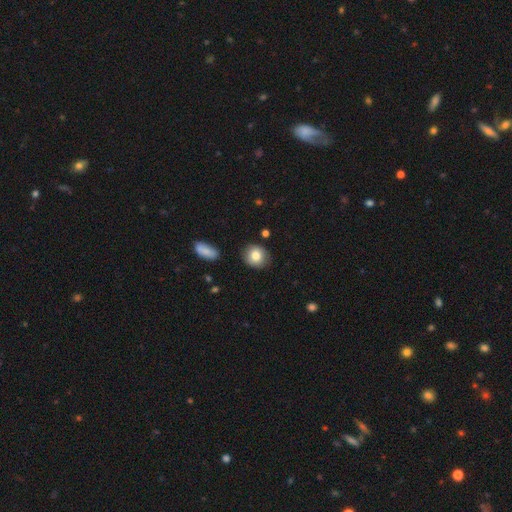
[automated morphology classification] Smooth or featured? smooth (80%)
How rounded? round (79%)
Merging? none (86%)